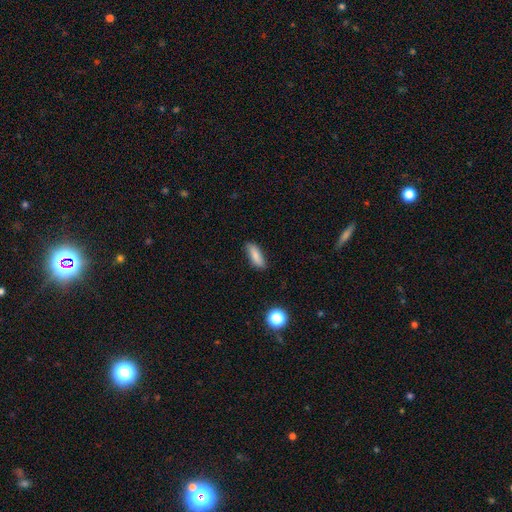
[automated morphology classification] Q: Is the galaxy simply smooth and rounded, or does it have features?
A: smooth — 81%.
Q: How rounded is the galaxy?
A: in between — 57%.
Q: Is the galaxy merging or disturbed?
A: none — 82%.